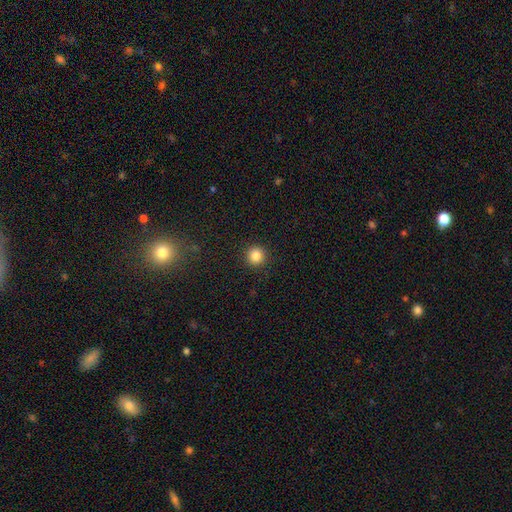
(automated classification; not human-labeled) This appears to be a smooth galaxy with no disk features (85%) that is round (95%). Merging: none (92%).